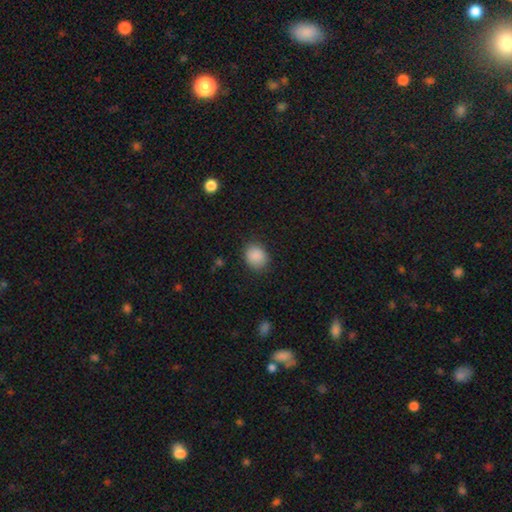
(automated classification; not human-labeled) This is clearly a smooth galaxy (88%). How rounded: likely round (66%). Merging: clearly none (83%).